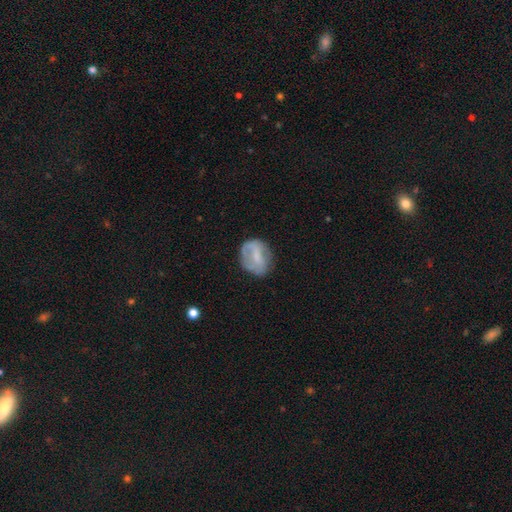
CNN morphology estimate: The model was most divided on "how rounded": in between: 56%, round: 43%, cigar-shaped: 1%. More confident: merging — none (60%); smooth or featured — smooth (53%).